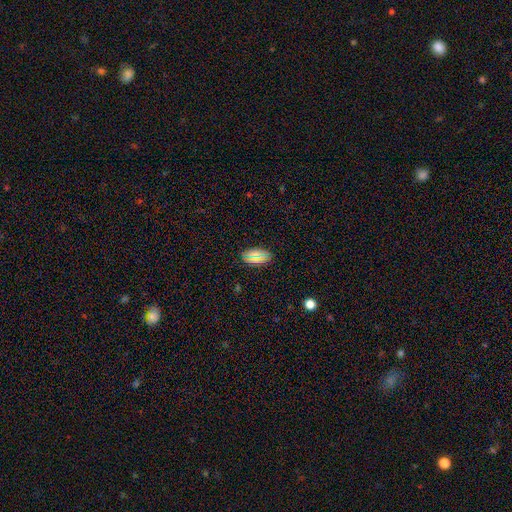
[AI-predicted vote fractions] Smooth or featured: smooth — 74% (star or artifact — 18%)
How rounded: in between — 93% (round — 5%)
Merging: none — 86% (minor disturbance — 10%)